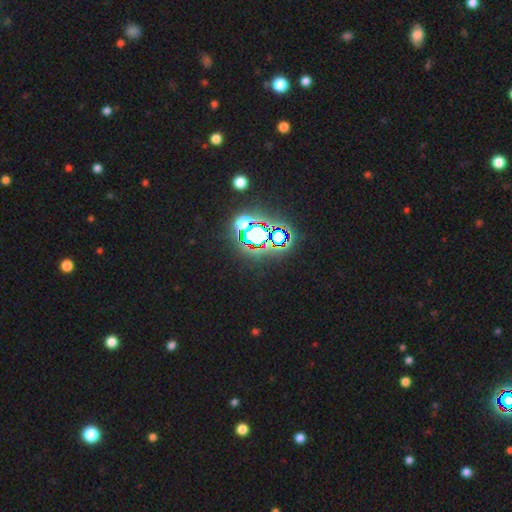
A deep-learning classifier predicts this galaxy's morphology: Overall: star or artifact (81%).